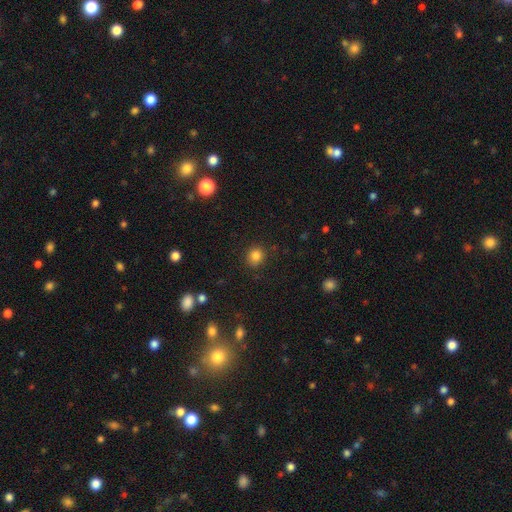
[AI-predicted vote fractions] A smooth galaxy with no disk features (83%) that is round (83%). Merging: none (85%).